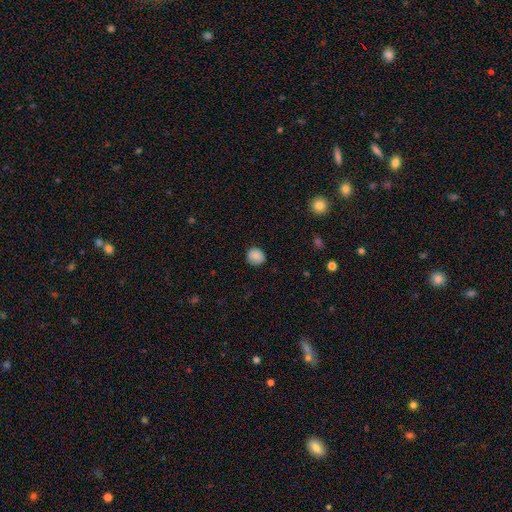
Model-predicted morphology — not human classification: smooth-or-featured: smooth: 86% | star or artifact: 9% | featured or disk: 5%
  how-rounded: round: 86% | in between: 13% | cigar-shaped: 1%
  merging: none: 87% | minor disturbance: 10% | major disturbance: 2% | merger: 1%